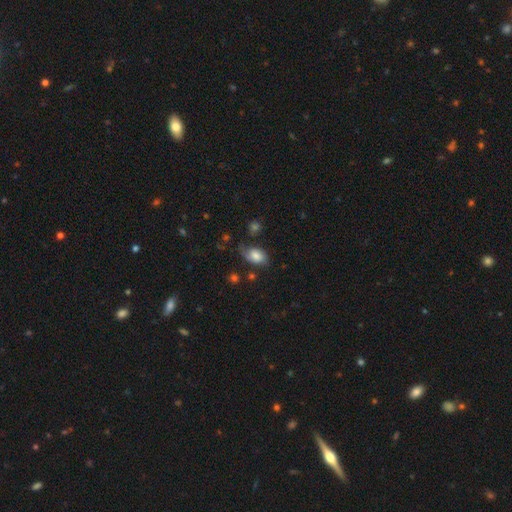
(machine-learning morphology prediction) Smooth or featured: smooth — 68% (featured or disk — 22%)
How rounded: in between — 83% (round — 16%)
Merging: none — 50% (minor disturbance — 31%)